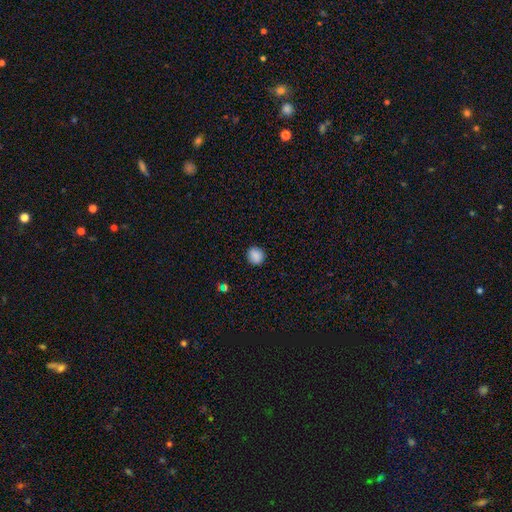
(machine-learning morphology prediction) This is clearly a smooth galaxy (87%). How rounded: clearly round (83%). Merging: clearly none (90%).